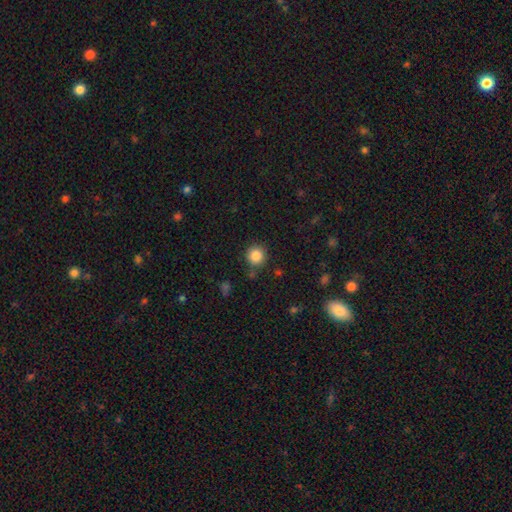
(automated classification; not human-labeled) smooth 86%, star or artifact 10%, featured or disk 4%. Down the decision tree: how rounded — round (94%); merging — none (85%).